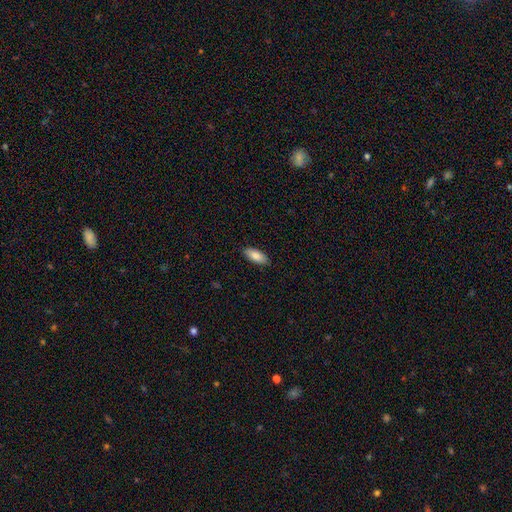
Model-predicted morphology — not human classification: smooth-or-featured: smooth: 86% | featured or disk: 8% | star or artifact: 6%
  how-rounded: in between: 85% | cigar-shaped: 14% | round: 2%
  merging: none: 88% | minor disturbance: 9% | major disturbance: 2% | merger: 1%